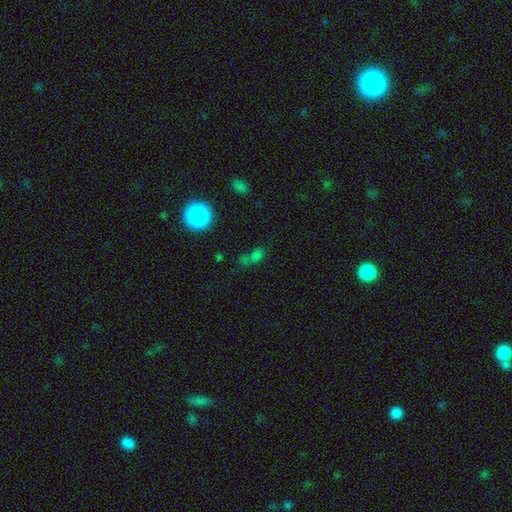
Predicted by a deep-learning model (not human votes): Smooth or featured? smooth (55%)
How rounded? in between (55%)
Merging? none (43%)